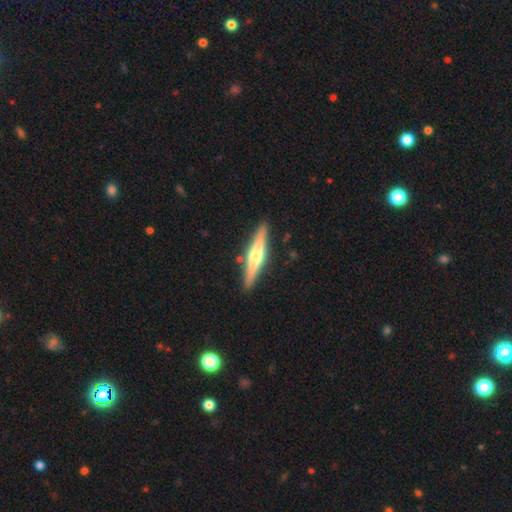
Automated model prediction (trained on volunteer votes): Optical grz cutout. It shows a featured or disk galaxy (67%) viewed edge-on (97%) with a rounded central bulge (89%). Merging: none (89%).